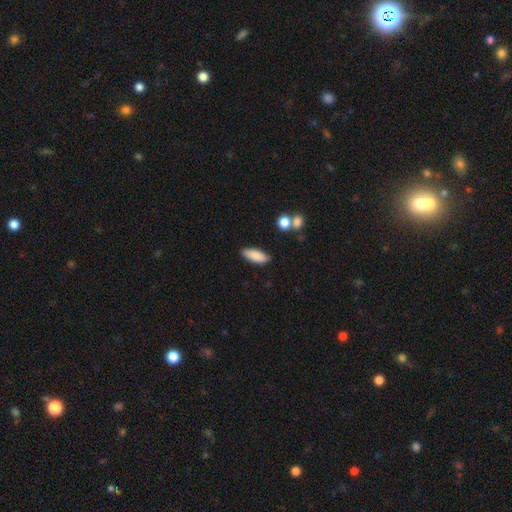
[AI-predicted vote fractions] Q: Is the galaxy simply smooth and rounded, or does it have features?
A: smooth — 86%.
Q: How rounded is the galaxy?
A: in between — 72%.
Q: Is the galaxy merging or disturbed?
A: none — 86%.